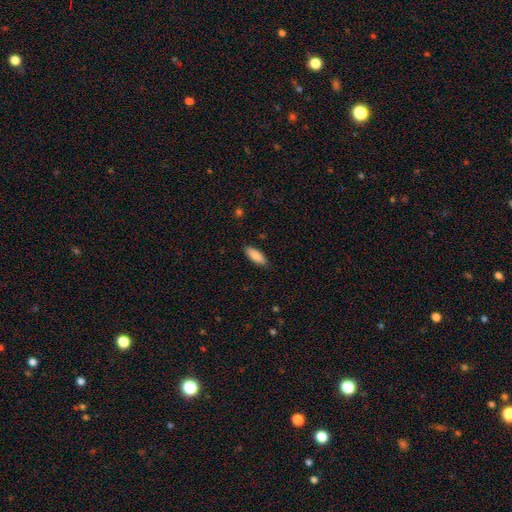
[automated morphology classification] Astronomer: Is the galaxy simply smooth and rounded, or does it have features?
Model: smooth — 86%.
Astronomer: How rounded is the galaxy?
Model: in between — 67%.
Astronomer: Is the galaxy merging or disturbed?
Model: none — 86%.